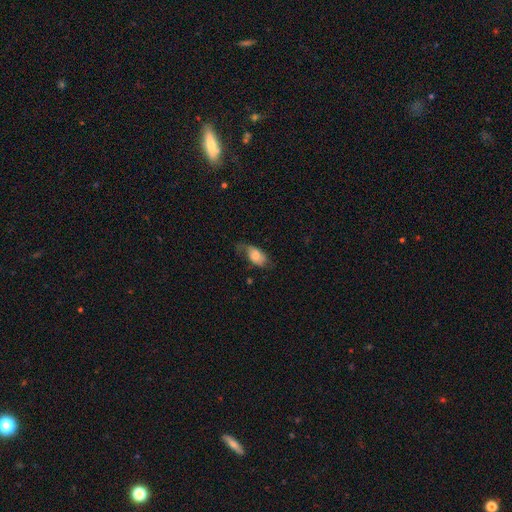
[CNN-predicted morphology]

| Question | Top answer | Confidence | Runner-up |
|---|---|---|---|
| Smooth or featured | smooth | 62% | featured or disk (30%) |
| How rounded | in between | 90% | round (6%) |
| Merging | none | 42% | minor disturbance (33%) |